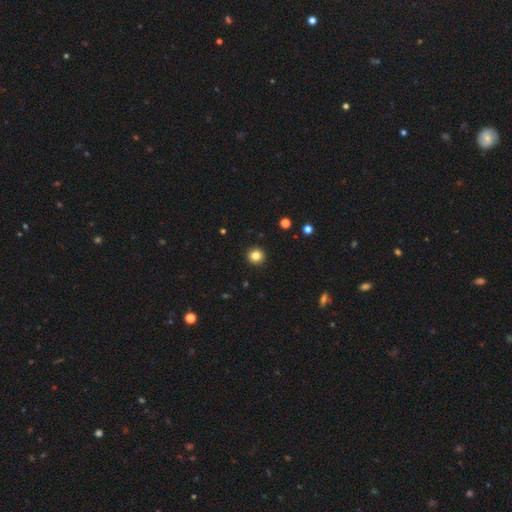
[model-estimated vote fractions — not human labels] Q: Smooth or featured?
A: smooth (83%); runner-up: star or artifact (11%)
Q: How rounded?
A: round (94%); runner-up: in between (5%)
Q: Merging?
A: none (93%); runner-up: minor disturbance (4%)